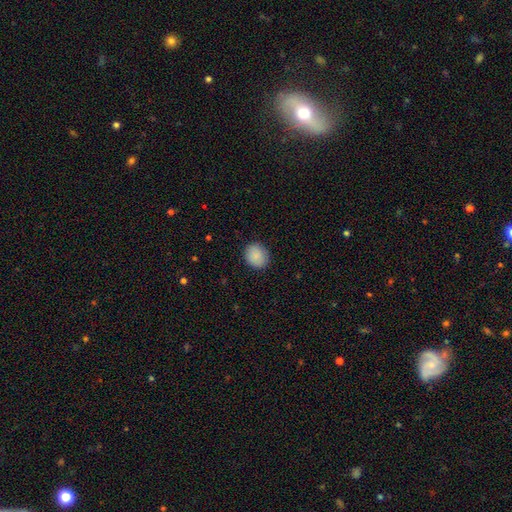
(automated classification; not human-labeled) Smooth or featured? Predicted: smooth (p=0.89). How rounded? Predicted: round (p=0.74). Merging? Predicted: none (p=0.88).